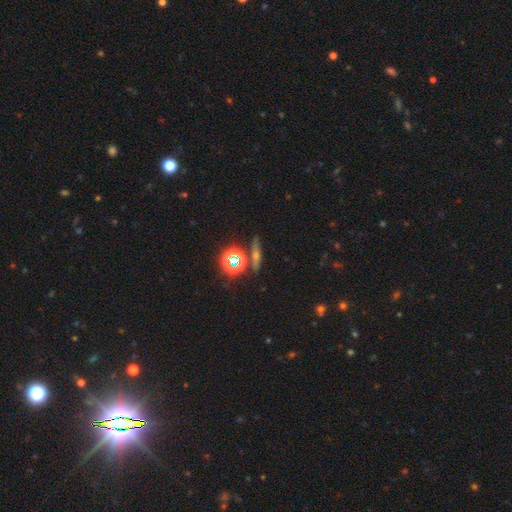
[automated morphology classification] A featured or disk galaxy (41%).

Vote fractions:
- Smooth or featured? featured or disk: 41% / star or artifact: 34% / smooth: 25%
- Merging? none: 84% / minor disturbance: 8% / merger: 6% / major disturbance: 3%